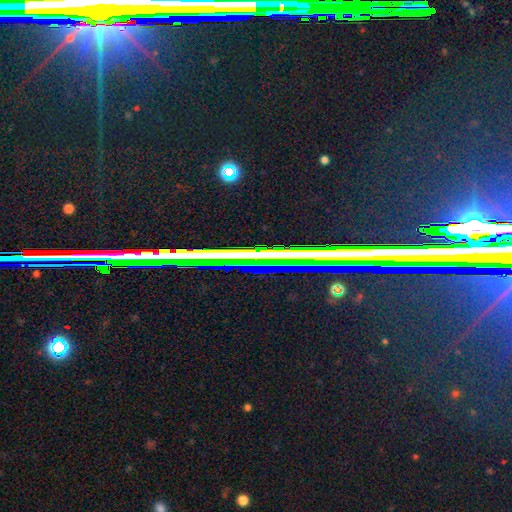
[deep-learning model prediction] The model was most divided on "smooth or featured": star or artifact: 59%, featured or disk: 24%, smooth: 16%.